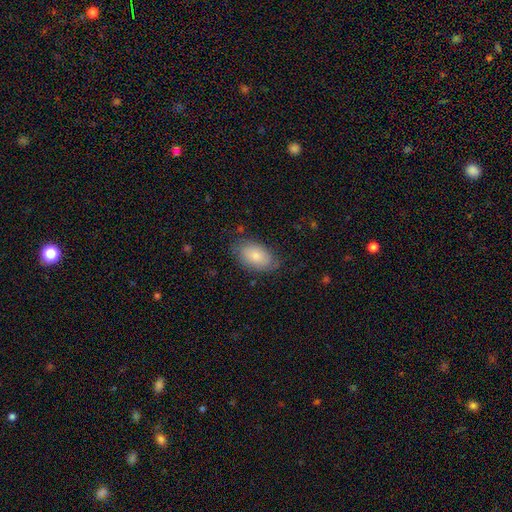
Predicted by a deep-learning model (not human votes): Smooth or featured: smooth — 76% (featured or disk — 18%)
How rounded: in between — 92% (round — 6%)
Merging: none — 73% (minor disturbance — 20%)